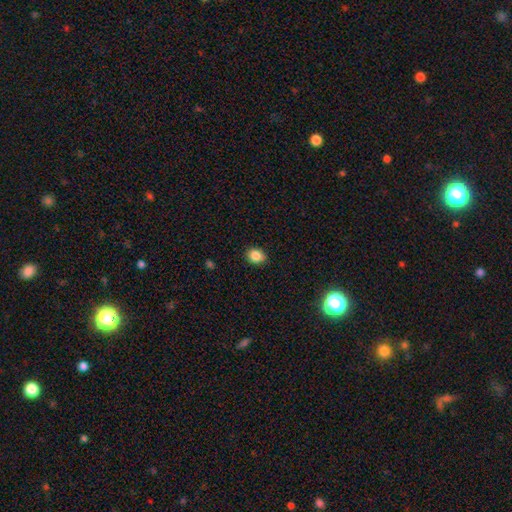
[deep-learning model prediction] smooth 85%, star or artifact 10%, featured or disk 4%. Down the decision tree: how rounded — round (55%); merging — none (87%).